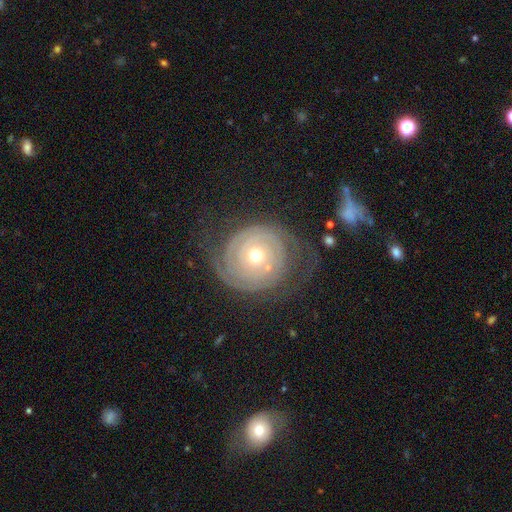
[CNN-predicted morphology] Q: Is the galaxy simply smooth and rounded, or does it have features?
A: featured or disk — 82%.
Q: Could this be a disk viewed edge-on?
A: no — 97%.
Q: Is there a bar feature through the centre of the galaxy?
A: no — 83%.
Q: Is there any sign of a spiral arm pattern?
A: yes — 92%.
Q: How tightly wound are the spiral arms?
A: tight — 80%.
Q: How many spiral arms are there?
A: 2 — 49%.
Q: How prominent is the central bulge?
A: moderate — 55%.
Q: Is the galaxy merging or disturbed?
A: none — 67%.